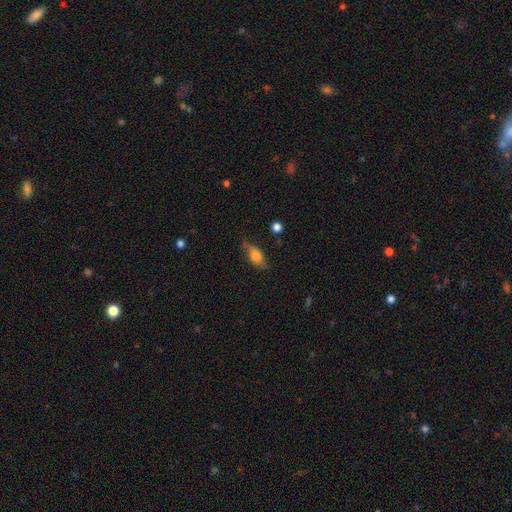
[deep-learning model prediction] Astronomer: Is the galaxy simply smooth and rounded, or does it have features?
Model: smooth — 66%.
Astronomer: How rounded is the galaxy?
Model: in between — 76%.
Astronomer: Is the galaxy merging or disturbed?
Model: none — 70%.